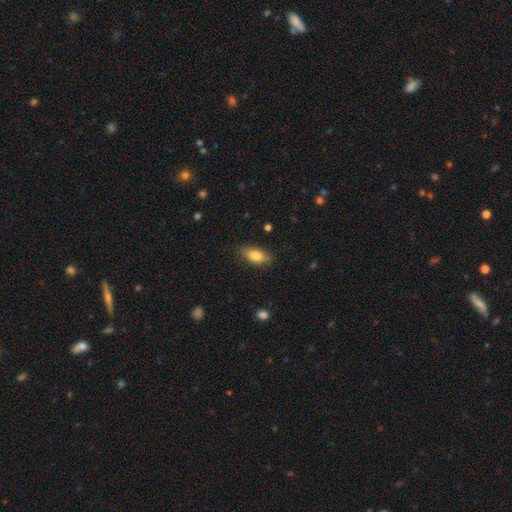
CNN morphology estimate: Q: Smooth or featured?
A: smooth (80%); runner-up: featured or disk (12%)
Q: How rounded?
A: in between (86%); runner-up: cigar-shaped (10%)
Q: Merging?
A: none (80%); runner-up: minor disturbance (15%)